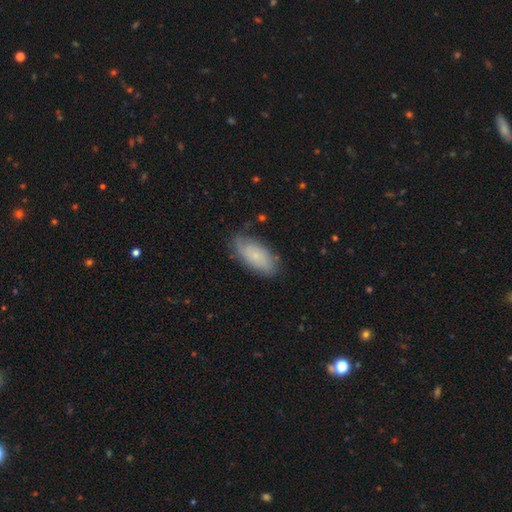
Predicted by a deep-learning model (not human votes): Smooth or featured? Predicted: smooth (p=0.65). How rounded? Predicted: in between (p=0.89). Merging? Predicted: none (p=0.72).